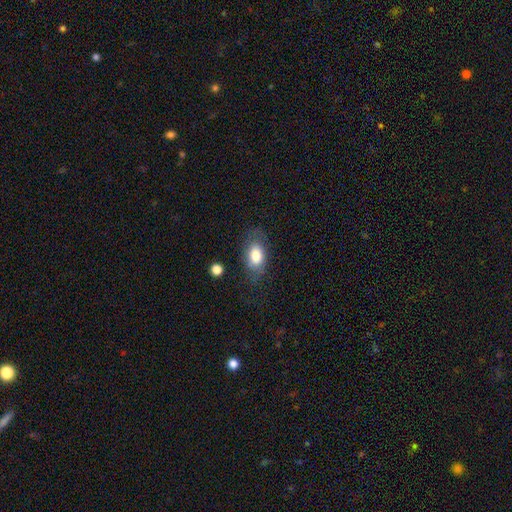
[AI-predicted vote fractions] A smooth galaxy with no disk features (78%) that is in between round and cigar-shaped (88%). Merging: none (69%).